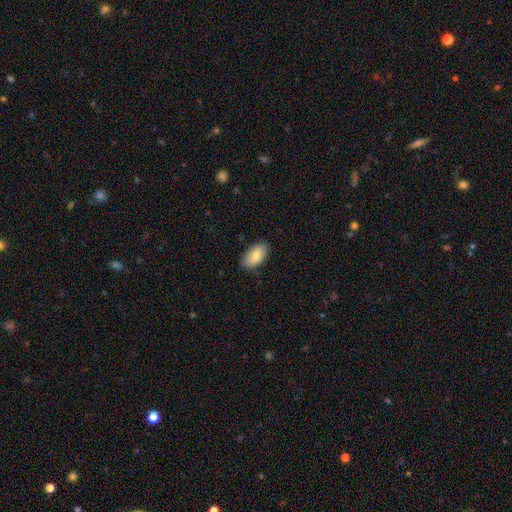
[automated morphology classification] This appears to be a smooth galaxy with no disk features (79%) that is in between round and cigar-shaped (94%). Merging: none (84%).